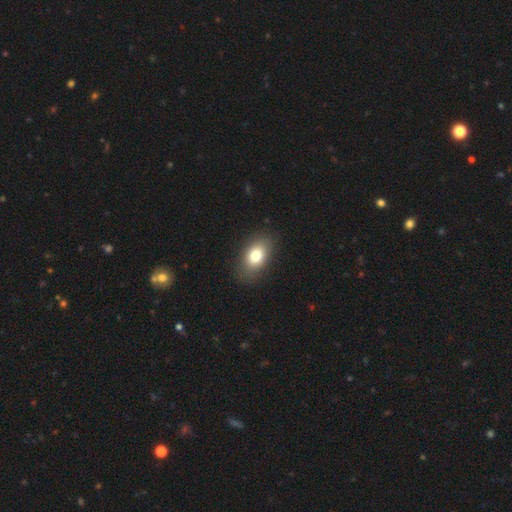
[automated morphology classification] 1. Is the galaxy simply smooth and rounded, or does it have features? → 78% smooth, 13% featured or disk, 9% star or artifact.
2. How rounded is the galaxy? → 85% in between, 13% round, 2% cigar-shaped.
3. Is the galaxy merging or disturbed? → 84% none, 11% minor disturbance, 3% major disturbance, 1% merger.